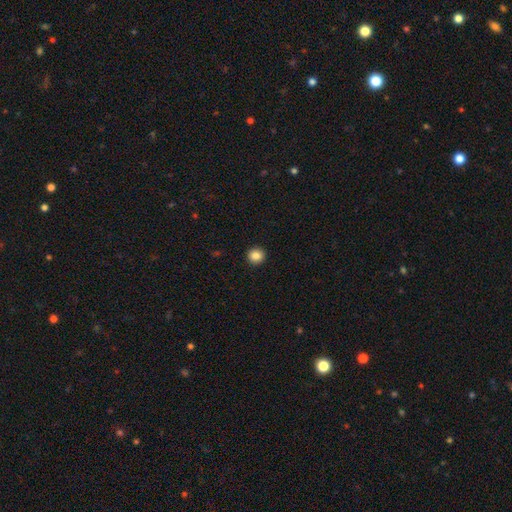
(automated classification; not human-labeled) Smooth or featured? smooth (85%)
How rounded? round (93%)
Merging? none (93%)